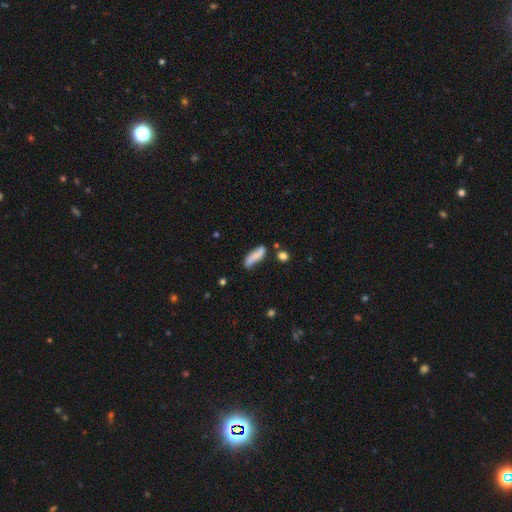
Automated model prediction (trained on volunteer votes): Morphology: type=smooth (73%); roundness=cigar-shaped (59%); merging=none (60%).